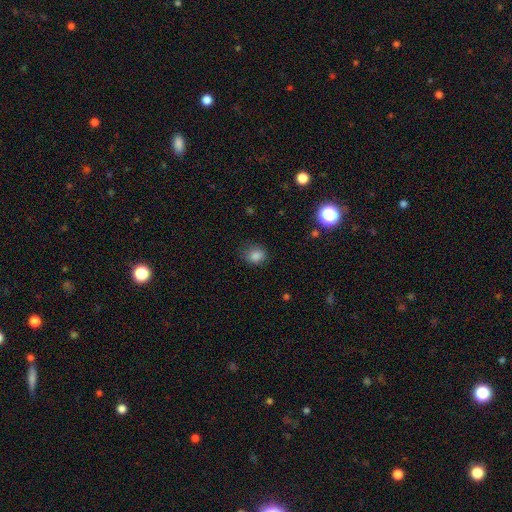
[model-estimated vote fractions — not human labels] Overall: smooth (84%). How rounded: round (59%; in between 40%). Merging: none (74%).